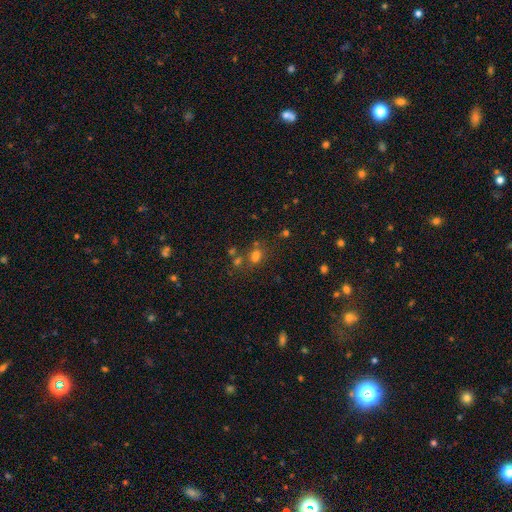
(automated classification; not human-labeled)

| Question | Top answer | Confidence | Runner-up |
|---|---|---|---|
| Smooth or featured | smooth | 65% | star or artifact (24%) |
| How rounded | in between | 55% | round (43%) |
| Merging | none | 52% | merger (27%) |